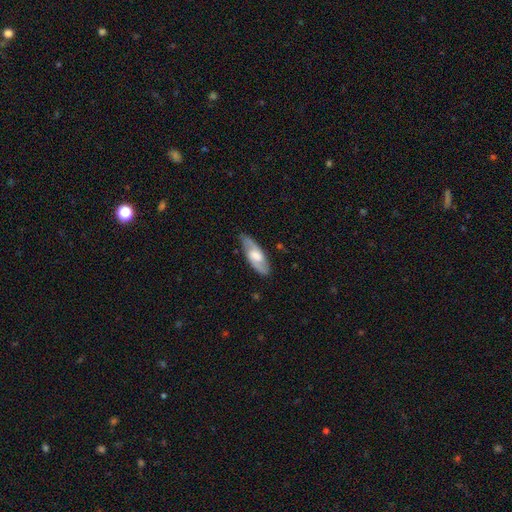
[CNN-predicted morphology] smooth_or_featured: featured or disk (p=0.64) [alt: smooth p=0.31]
disk_edge_on: no (p=0.82) [alt: yes p=0.18]
bar: no (p=0.45) [alt: weak p=0.42]
has_spiral_arms: yes (p=0.84) [alt: no p=0.16]
bulge_size: moderate (p=0.46) [alt: large p=0.33]
merging: none (p=0.84) [alt: minor disturbance p=0.12]